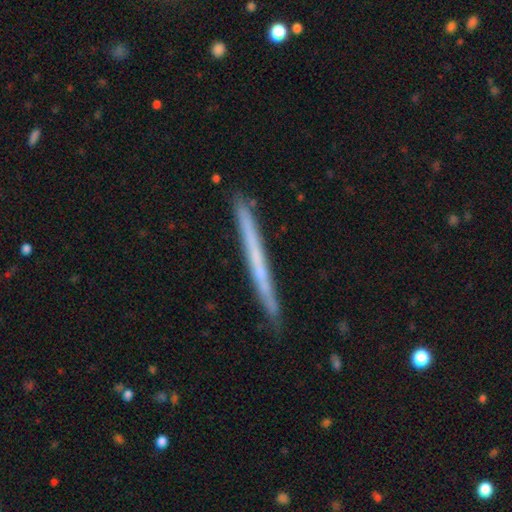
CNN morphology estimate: smooth_or_featured: featured or disk (p=0.54) [alt: smooth p=0.40]
disk_edge_on: yes (p=0.97) [alt: no p=0.03]
edge_on_bulge: none (p=0.90) [alt: rounded p=0.08]
merging: none (p=0.89) [alt: minor disturbance p=0.09]